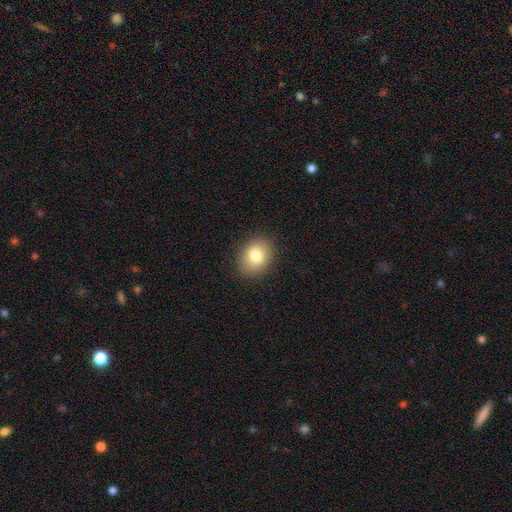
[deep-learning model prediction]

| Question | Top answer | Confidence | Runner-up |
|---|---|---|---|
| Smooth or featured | smooth | 80% | featured or disk (11%) |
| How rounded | in between | 59% | round (40%) |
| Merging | none | 87% | minor disturbance (9%) |